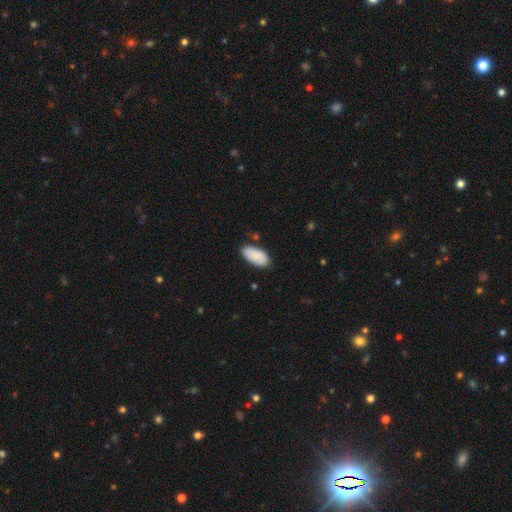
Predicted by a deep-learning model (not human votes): Overall: smooth (87%). How rounded: in between (94%). Merging: none (81%).